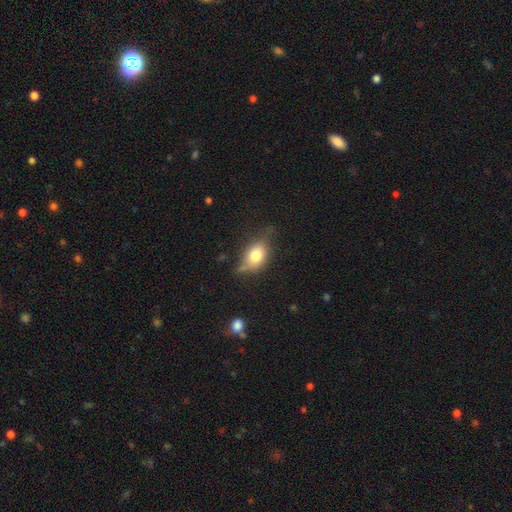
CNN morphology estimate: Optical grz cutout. It shows a smooth galaxy with no disk features (72%) that is in between round and cigar-shaped (79%). Merging: none (52%).